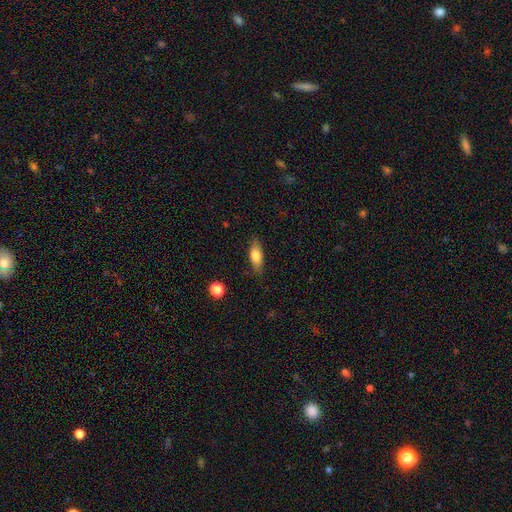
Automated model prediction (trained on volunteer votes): smooth_or_featured: smooth (p=0.74) [alt: featured or disk p=0.18]
how_rounded: in between (p=0.70) [alt: cigar-shaped p=0.26]
merging: none (p=0.80) [alt: minor disturbance p=0.15]